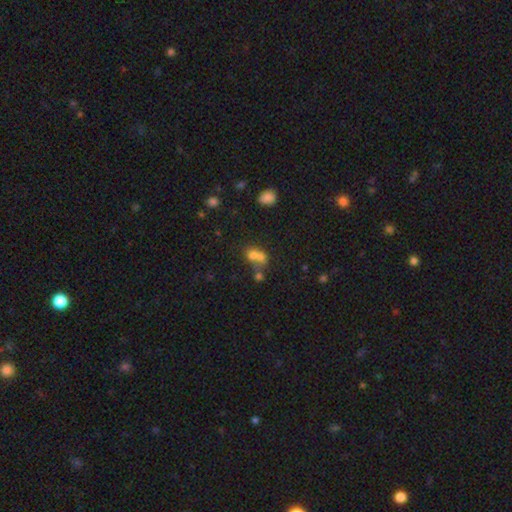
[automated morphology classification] A smooth galaxy with no disk features (65%) that is round (59%). Merging: merger (65%).